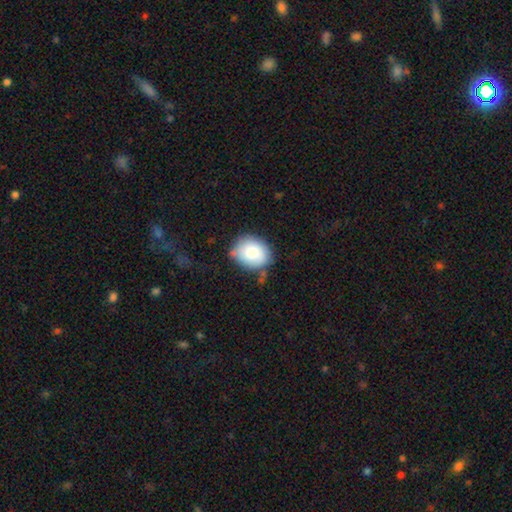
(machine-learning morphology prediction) This appears to be a smooth galaxy with no disk features (81%) that is round (51%). Merging: none (66%).